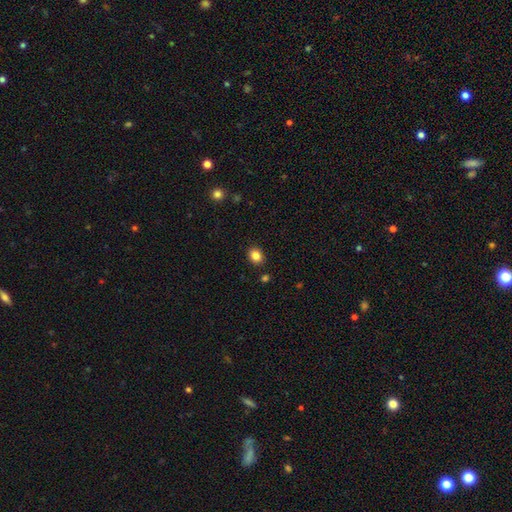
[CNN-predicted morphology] A smooth galaxy with no disk features (85%) that is round (60%).

Vote fractions:
- Smooth or featured? smooth: 85% / star or artifact: 10% / featured or disk: 5%
- How rounded? round: 60% / in between: 39% / cigar-shaped: 1%
- Merging? none: 89% / minor disturbance: 7% / merger: 2% / major disturbance: 2%